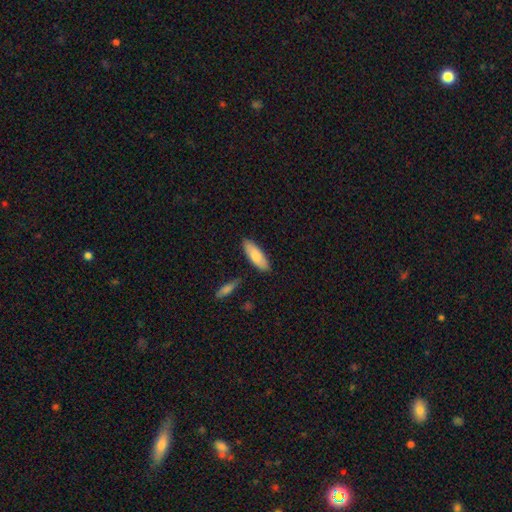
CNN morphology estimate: Smooth or featured: smooth — 81% (featured or disk — 14%)
How rounded: in between — 65% (cigar-shaped — 33%)
Merging: none — 84% (minor disturbance — 11%)